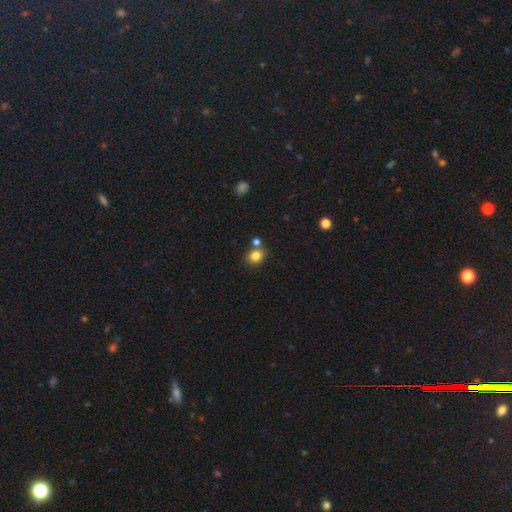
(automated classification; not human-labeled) Overall: smooth (82%). How rounded: round (70%). Merging: none (69%).